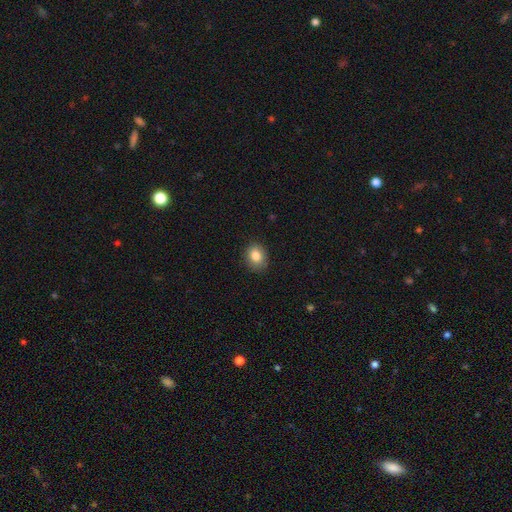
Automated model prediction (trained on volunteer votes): The model was most divided on "how rounded": round: 57%, in between: 42%, cigar-shaped: 1%. More confident: merging — none (85%); smooth or featured — smooth (84%).